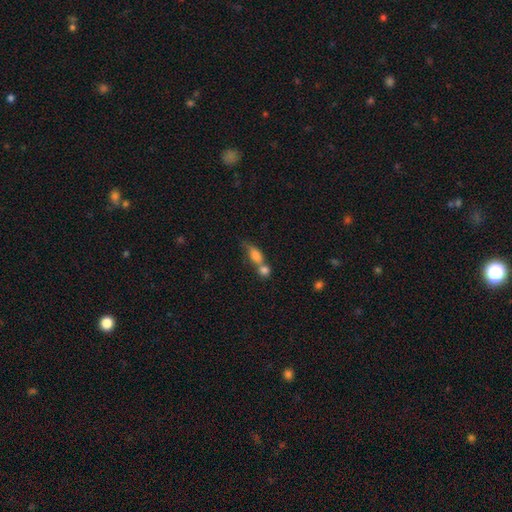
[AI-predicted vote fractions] Smooth or featured? smooth (78%)
How rounded? in between (69%)
Merging? merger (61%)